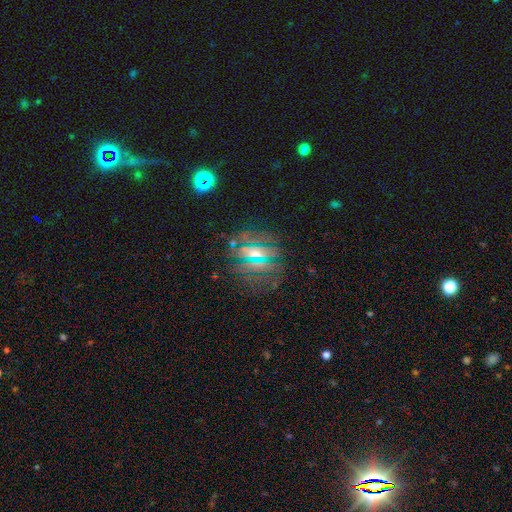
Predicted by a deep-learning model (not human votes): The model was most divided on "smooth or featured": star or artifact: 42%, featured or disk: 33%, smooth: 26%.